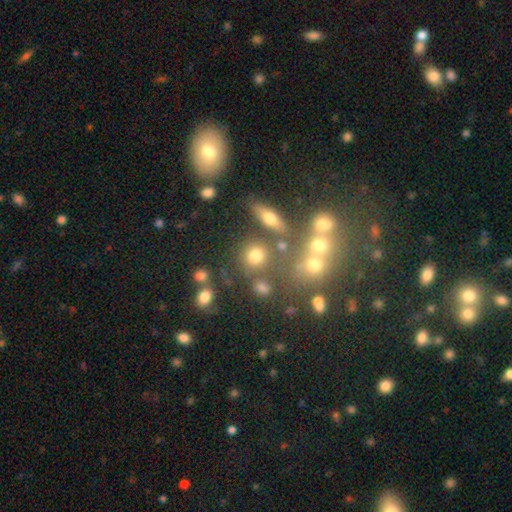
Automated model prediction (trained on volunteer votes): This is likely a smooth galaxy (73%). How rounded: likely round (76%). Merging: likely none (63%).